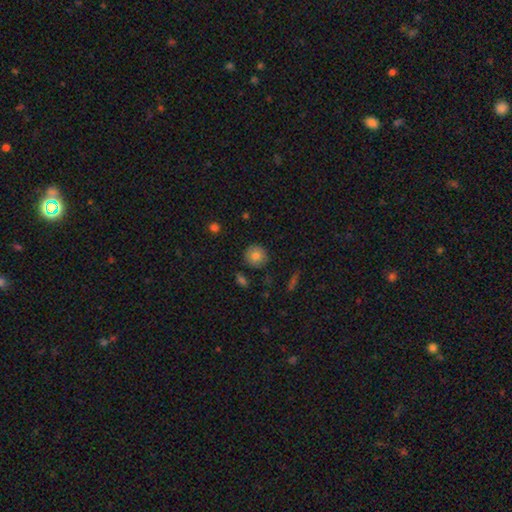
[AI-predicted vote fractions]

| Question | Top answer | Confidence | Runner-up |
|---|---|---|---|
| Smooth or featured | smooth | 80% | featured or disk (11%) |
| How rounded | round | 93% | in between (6%) |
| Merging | none | 85% | minor disturbance (10%) |